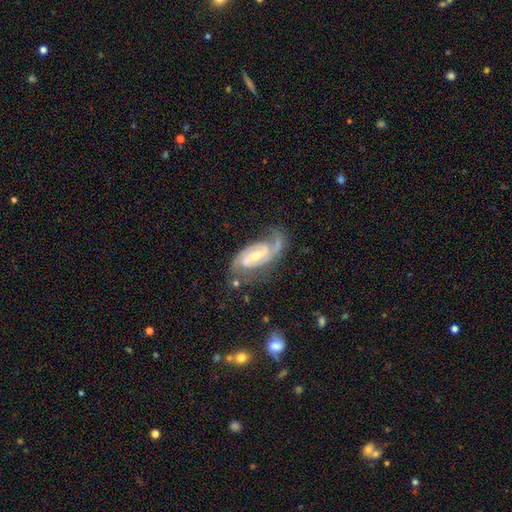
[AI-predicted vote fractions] smooth-or-featured: featured or disk: 88% | smooth: 6% | star or artifact: 5%
  disk-edge-on: no: 96% | yes: 4%
    bar: weak: 44% | no: 36% | strong: 20%
    has-spiral-arms: yes: 97% | no: 3%
      spiral-winding: medium: 47% | tight: 38% | loose: 15%
      spiral-arm-count: 2: 80% | 1: 7% | can't tell: 6% | 3: 5% | 4: 1% | more than 4: 1%
    bulge-size: moderate: 48% | small: 47% | large: 2% | none: 2% | dominant: 1%
  merging: none: 65% | minor disturbance: 20% | major disturbance: 11% | merger: 3%